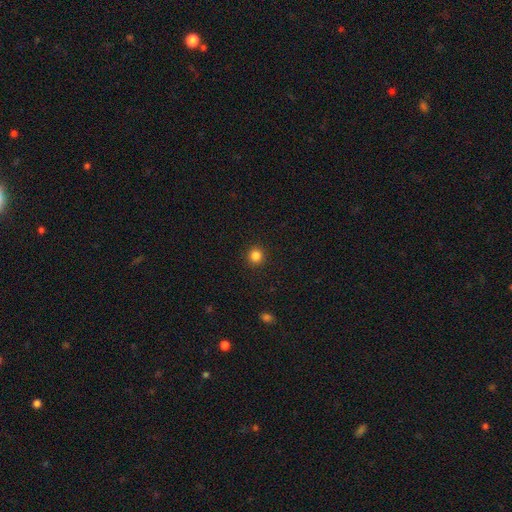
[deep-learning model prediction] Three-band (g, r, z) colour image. It shows a smooth galaxy with no disk features (84%) that is round (94%). Merging: none (92%).